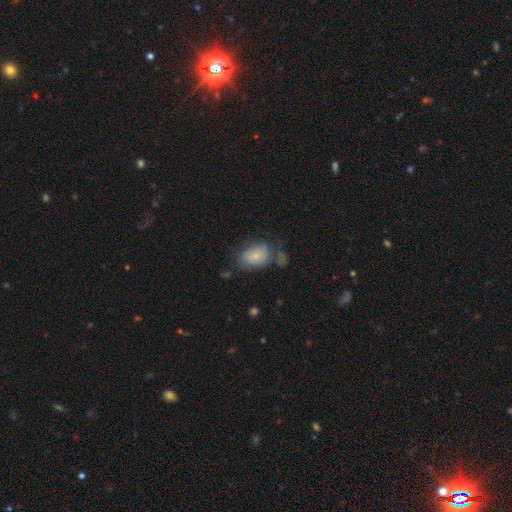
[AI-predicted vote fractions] Q: Smooth or featured?
A: smooth (74%); runner-up: featured or disk (18%)
Q: How rounded?
A: in between (82%); runner-up: round (17%)
Q: Merging?
A: none (46%); runner-up: minor disturbance (25%)